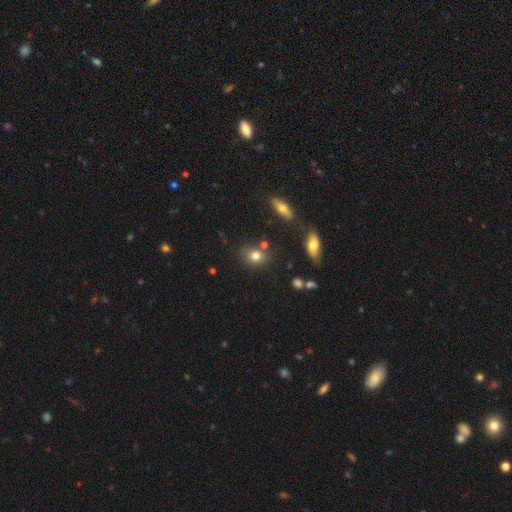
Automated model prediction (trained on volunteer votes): A smooth galaxy with no disk features (77%) that is round (54%).

Vote fractions:
- Smooth or featured? smooth: 77% / star or artifact: 13% / featured or disk: 11%
- How rounded? round: 54% / in between: 44% / cigar-shaped: 2%
- Merging? none: 72% / minor disturbance: 14% / merger: 10% / major disturbance: 4%